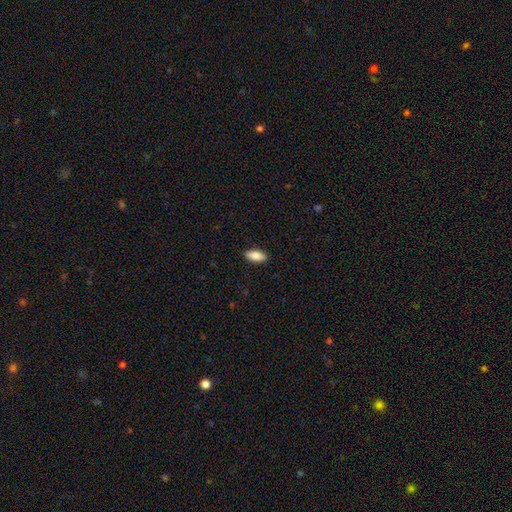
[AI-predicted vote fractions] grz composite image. It shows a smooth galaxy with no disk features (86%) that is in between round and cigar-shaped (88%). Merging: none (89%).